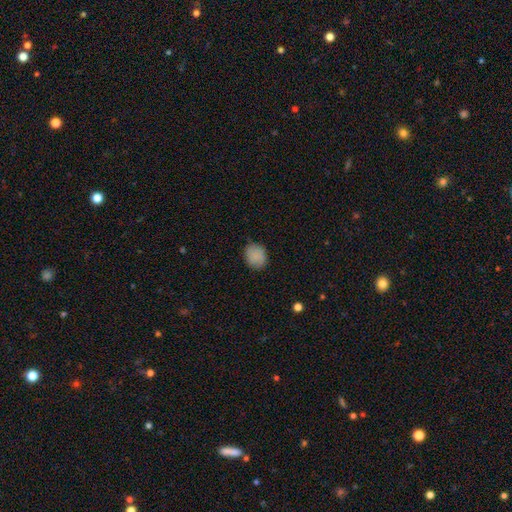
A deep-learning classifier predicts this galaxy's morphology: The model was most divided on "how rounded": round: 58%, in between: 41%, cigar-shaped: 1%. More confident: smooth or featured — smooth (86%); merging — none (80%).